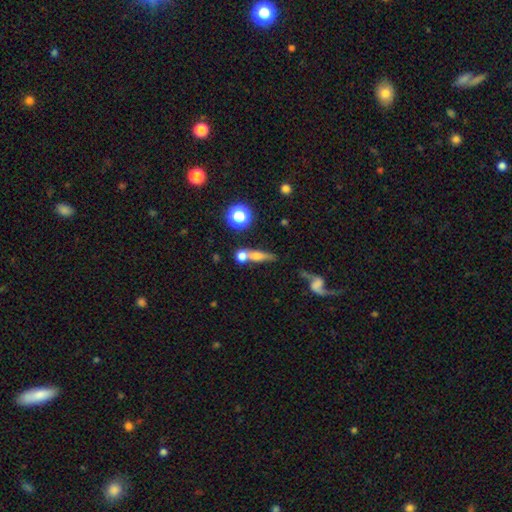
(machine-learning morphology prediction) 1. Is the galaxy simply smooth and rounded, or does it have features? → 54% smooth, 31% featured or disk, 15% star or artifact.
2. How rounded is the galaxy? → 46% cigar-shaped, 31% round, 23% in between.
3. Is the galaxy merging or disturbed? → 45% none, 38% merger, 11% minor disturbance, 7% major disturbance.